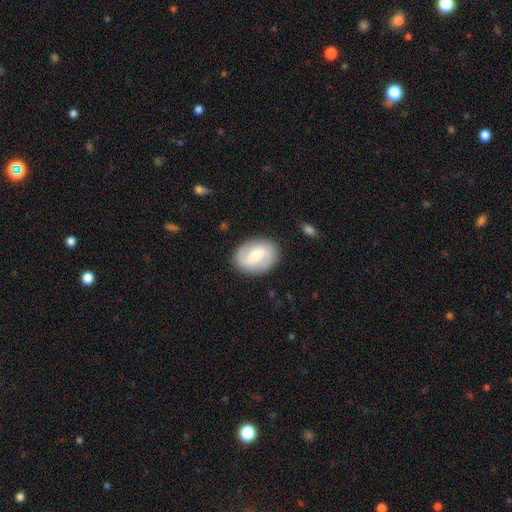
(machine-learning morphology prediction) type=featured or disk (68%); edge-on=no (97%); bar=weak (52%); spiral arms=yes (89%); winding=medium (43%); arm count=2 (88%); bulge=moderate (48%); merging=none (85%).